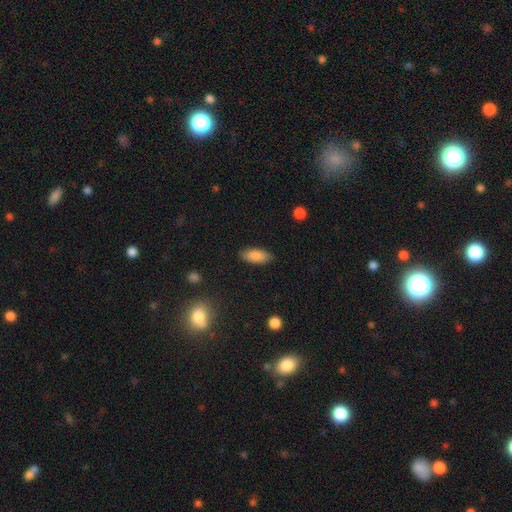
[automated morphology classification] smooth-or-featured: smooth: 87% | star or artifact: 7% | featured or disk: 6%
  how-rounded: in between: 84% | cigar-shaped: 14% | round: 2%
  merging: none: 87% | minor disturbance: 10% | major disturbance: 2% | merger: 1%